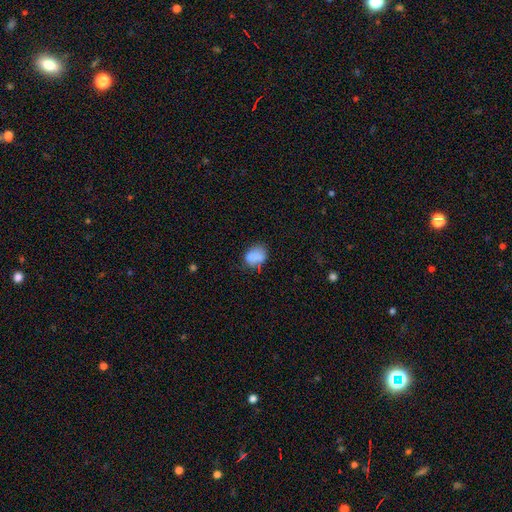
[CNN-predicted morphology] The model was most divided on "merging": none: 59%, minor disturbance: 26%, major disturbance: 8%, merger: 6%. More confident: smooth or featured — smooth (81%); how rounded — in between (66%).